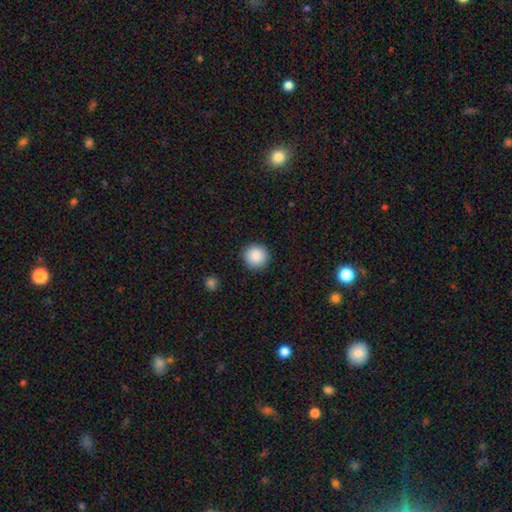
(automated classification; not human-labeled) This appears to be a smooth galaxy with no disk features (88%) that is round (95%). Merging: none (92%).